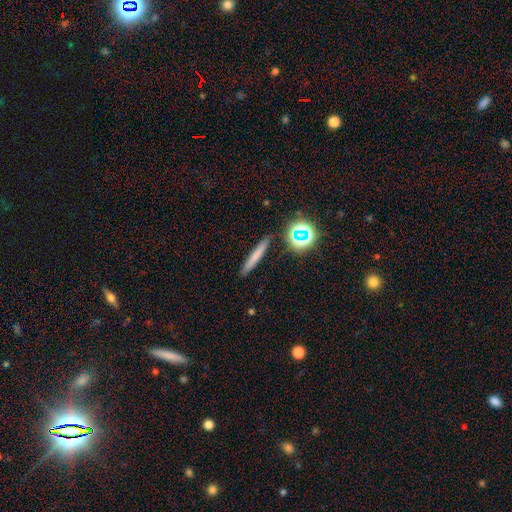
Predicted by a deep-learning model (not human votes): Smooth or featured? smooth (63%)
How rounded? cigar-shaped (92%)
Merging? none (88%)